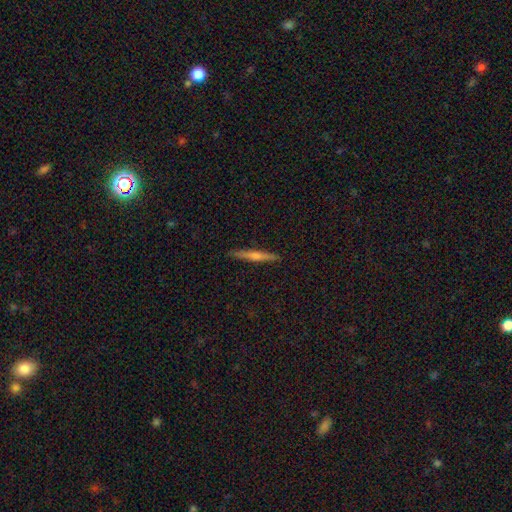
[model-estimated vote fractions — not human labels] smooth-or-featured: featured or disk: 68% | smooth: 25% | star or artifact: 8%
  disk-edge-on: yes: 98% | no: 2%
    edge-on-bulge: rounded: 80% | none: 14% | boxy: 6%
  merging: none: 92% | minor disturbance: 6% | major disturbance: 1% | merger: 1%